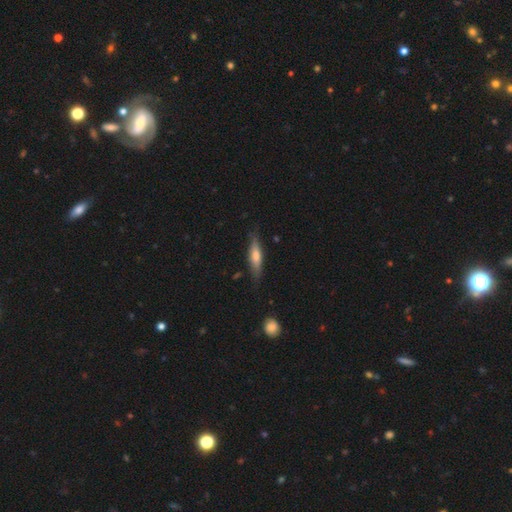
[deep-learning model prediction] This is possibly a smooth galaxy (55%). How rounded: likely cigar-shaped (73%). Merging: likely none (80%).